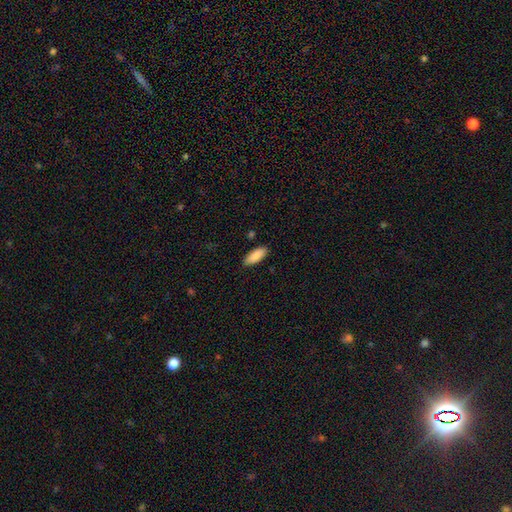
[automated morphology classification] Q: Smooth or featured?
A: smooth (90%); runner-up: star or artifact (6%)
Q: How rounded?
A: in between (74%); runner-up: cigar-shaped (25%)
Q: Merging?
A: none (88%); runner-up: minor disturbance (9%)